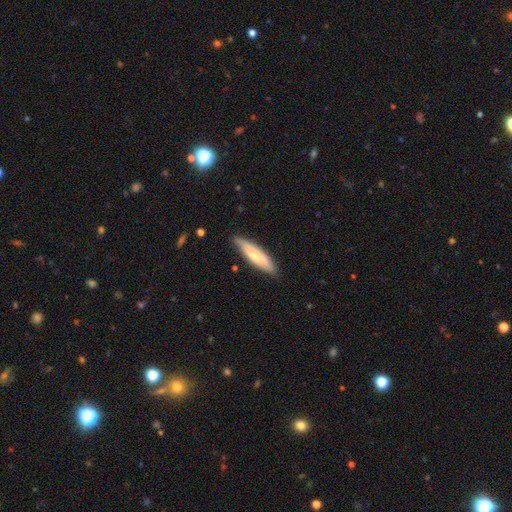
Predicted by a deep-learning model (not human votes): This appears to be a smooth galaxy with no disk features (61%) that is cigar-shaped (65%). Merging: none (82%).